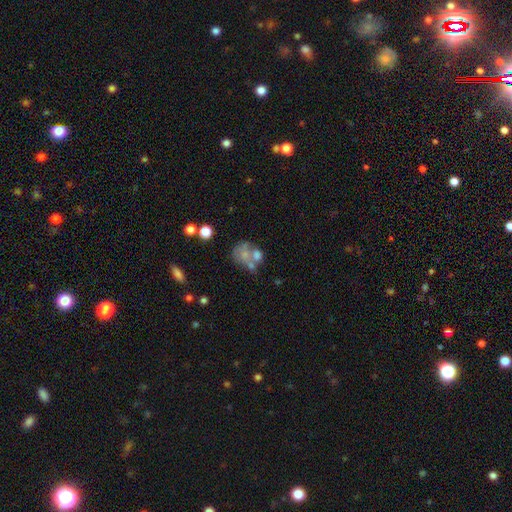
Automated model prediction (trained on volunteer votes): smooth 52%, featured or disk 34%, star or artifact 14%. Down the decision tree: how rounded — round (53%); merging — merger (44%).